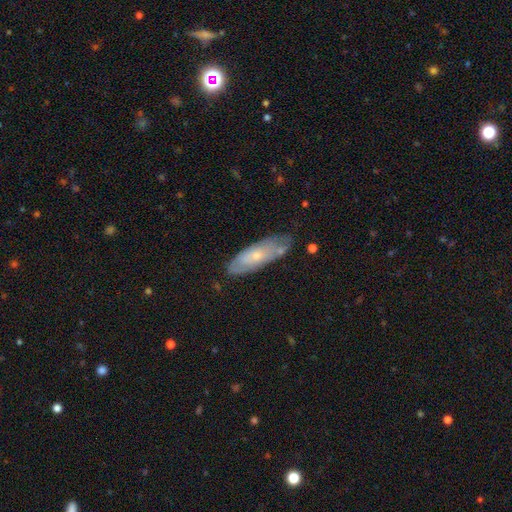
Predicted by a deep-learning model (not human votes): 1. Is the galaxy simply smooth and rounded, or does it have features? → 53% featured or disk, 40% smooth, 7% star or artifact.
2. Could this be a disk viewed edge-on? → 77% no, 23% yes.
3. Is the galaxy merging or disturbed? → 71% none, 21% minor disturbance, 5% major disturbance, 4% merger.